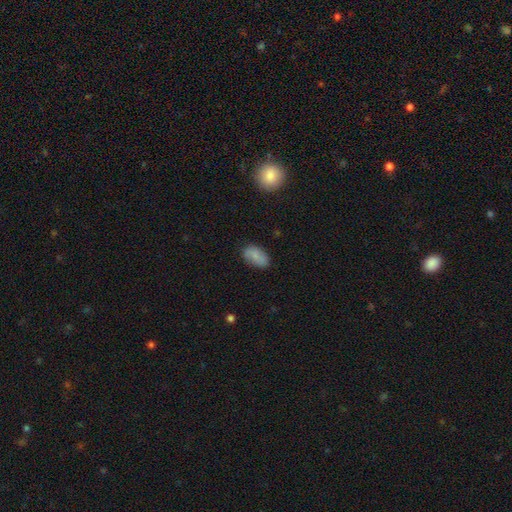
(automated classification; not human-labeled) Q: Smooth or featured?
A: smooth (81%); runner-up: featured or disk (11%)
Q: How rounded?
A: in between (92%); runner-up: round (6%)
Q: Merging?
A: none (78%); runner-up: minor disturbance (16%)